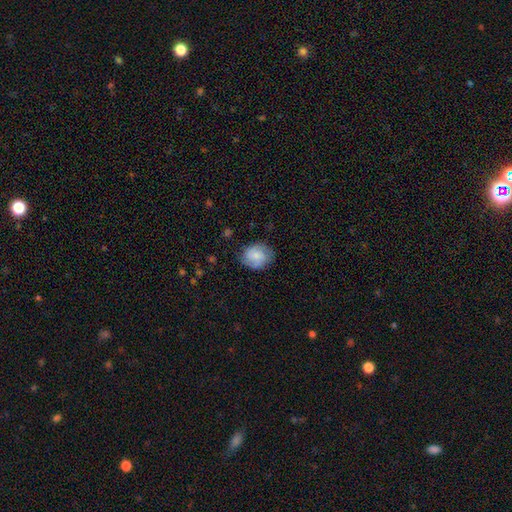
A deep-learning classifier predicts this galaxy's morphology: The model was most divided on "how rounded": round: 60%, in between: 39%, cigar-shaped: 1%. More confident: merging — none (76%); smooth or featured — smooth (63%).